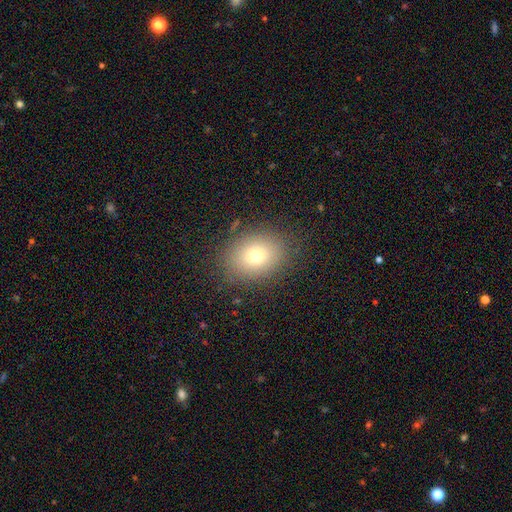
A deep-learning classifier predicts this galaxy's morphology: type=smooth (72%); roundness=in between (52%); merging=none (84%).